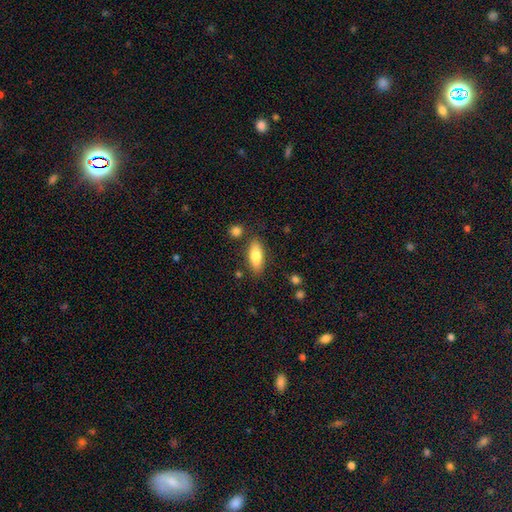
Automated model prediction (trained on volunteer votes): This appears to be a smooth galaxy with no disk features (79%) that is in between round and cigar-shaped (73%). Merging: none (82%).